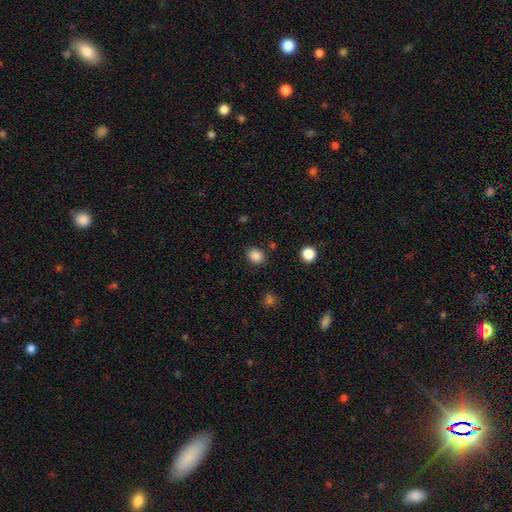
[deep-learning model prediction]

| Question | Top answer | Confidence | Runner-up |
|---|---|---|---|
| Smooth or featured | smooth | 85% | star or artifact (11%) |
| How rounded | round | 55% | in between (44%) |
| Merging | none | 84% | minor disturbance (10%) |